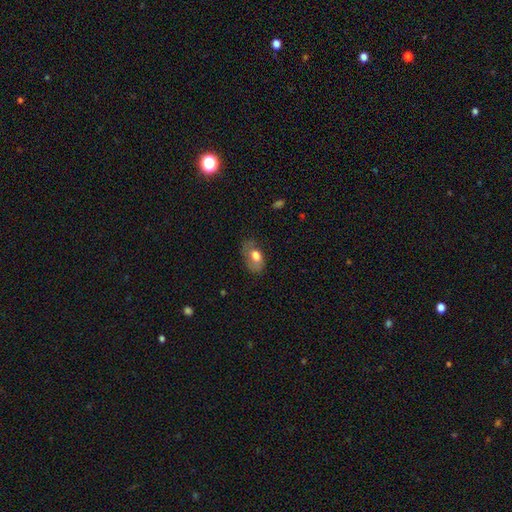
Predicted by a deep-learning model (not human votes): This is likely a smooth galaxy (71%). How rounded: clearly in between (89%). Merging: possibly none (54%).